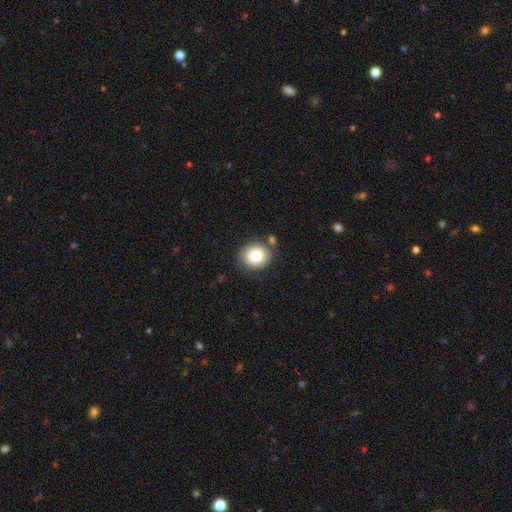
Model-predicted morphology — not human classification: This appears to be a smooth galaxy with no disk features (84%) that is round (76%). Merging: none (79%).